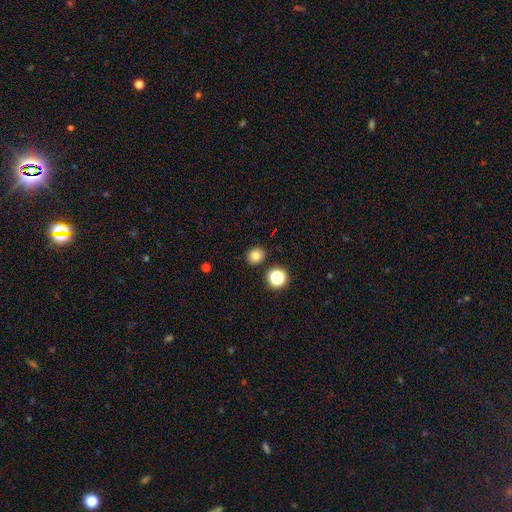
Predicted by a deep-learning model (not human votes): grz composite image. It shows a smooth galaxy with no disk features (79%) that is round (85%). Merging: none (88%).